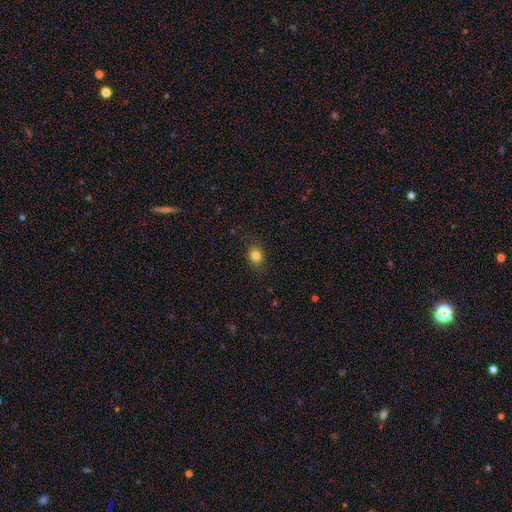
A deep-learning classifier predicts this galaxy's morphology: Smooth or featured? smooth (82%)
How rounded? round (58%)
Merging? none (87%)